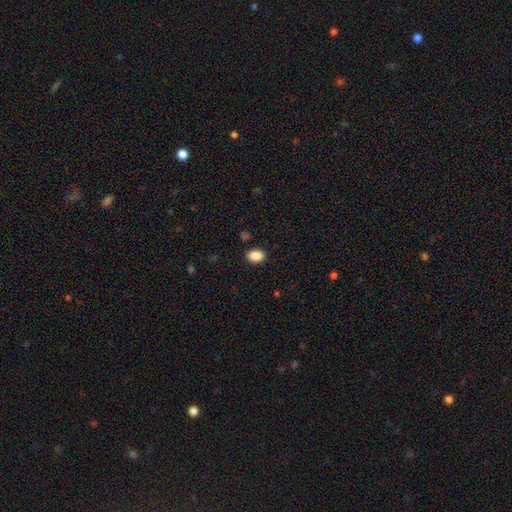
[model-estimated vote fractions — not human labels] smooth_or_featured: smooth (p=0.88) [alt: star or artifact p=0.08]
how_rounded: in between (p=0.79) [alt: round p=0.20]
merging: none (p=0.89) [alt: minor disturbance p=0.08]